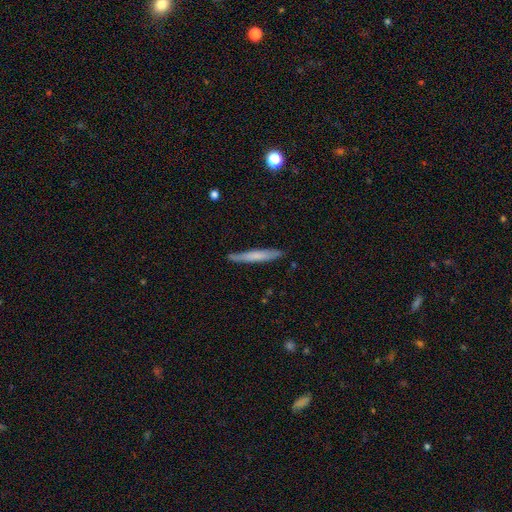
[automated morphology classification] This is likely a smooth galaxy (61%). How rounded: clearly cigar-shaped (95%). Merging: clearly none (85%).